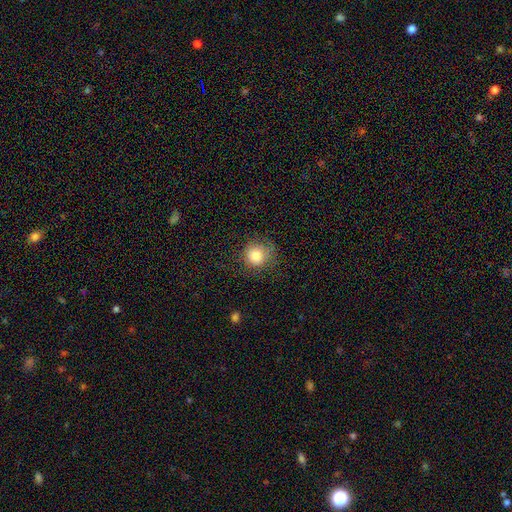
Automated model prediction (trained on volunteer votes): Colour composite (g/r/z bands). It shows a smooth galaxy with no disk features (81%) that is round (90%). Merging: none (79%).